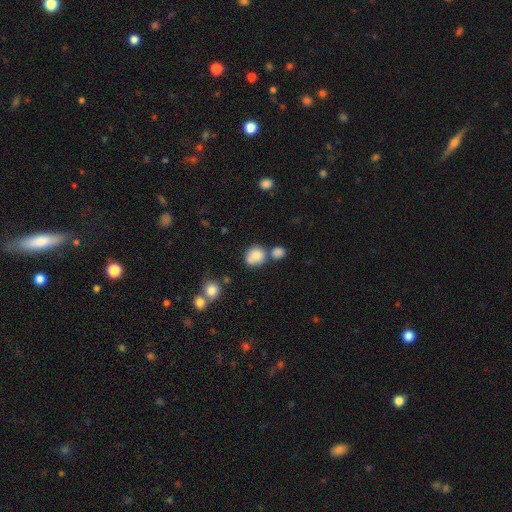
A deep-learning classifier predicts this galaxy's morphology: This appears to be a smooth galaxy with no disk features (80%) that is round (82%). Merging: none (51%).